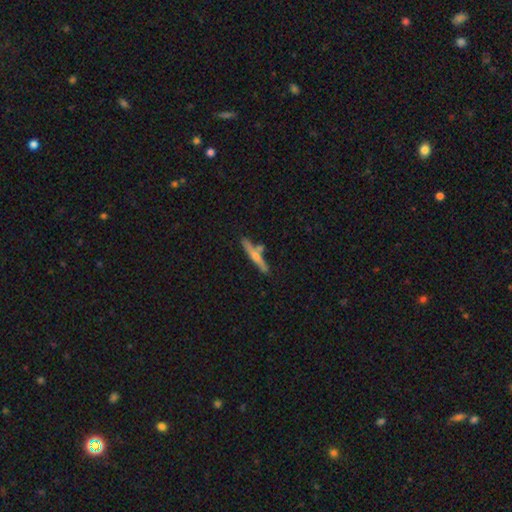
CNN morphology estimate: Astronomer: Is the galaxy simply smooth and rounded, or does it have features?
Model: featured or disk — 49% (runner-up: smooth, 45%).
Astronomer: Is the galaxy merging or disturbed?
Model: none — 70%.